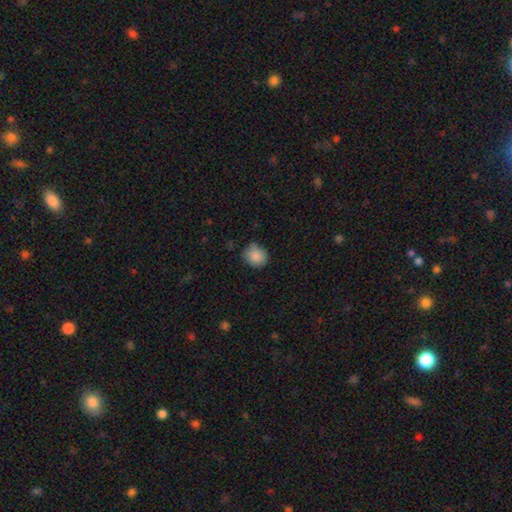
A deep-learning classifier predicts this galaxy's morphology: smooth-or-featured: smooth: 87% | star or artifact: 8% | featured or disk: 5%
  how-rounded: round: 78% | in between: 21% | cigar-shaped: 1%
  merging: none: 72% | minor disturbance: 22% | major disturbance: 4% | merger: 2%